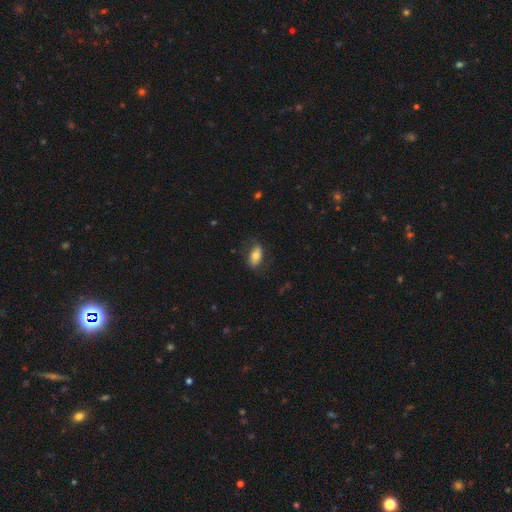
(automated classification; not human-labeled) Morphology: type=smooth (71%); roundness=in between (89%); merging=none (74%).